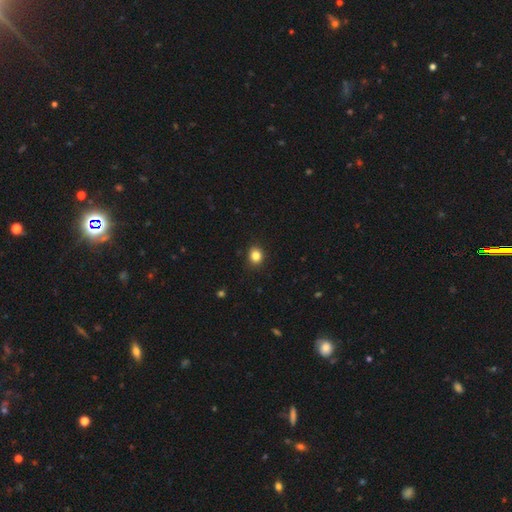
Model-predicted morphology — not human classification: This is clearly a smooth galaxy (84%). How rounded: likely round (68%). Merging: clearly none (90%).